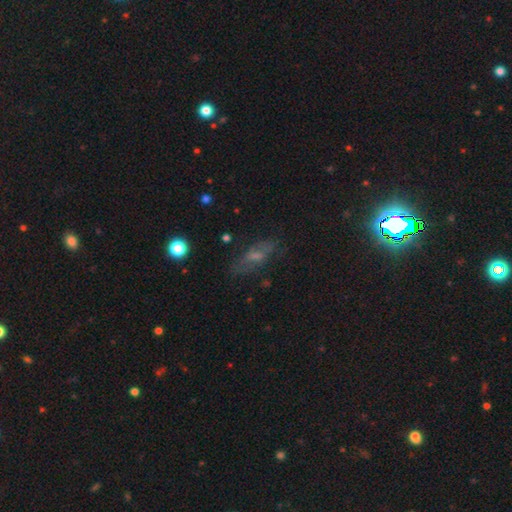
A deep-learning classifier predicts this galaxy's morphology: smooth-or-featured: featured or disk: 43% | smooth: 39% | star or artifact: 18%
  merging: none: 71% | minor disturbance: 18% | major disturbance: 9% | merger: 2%